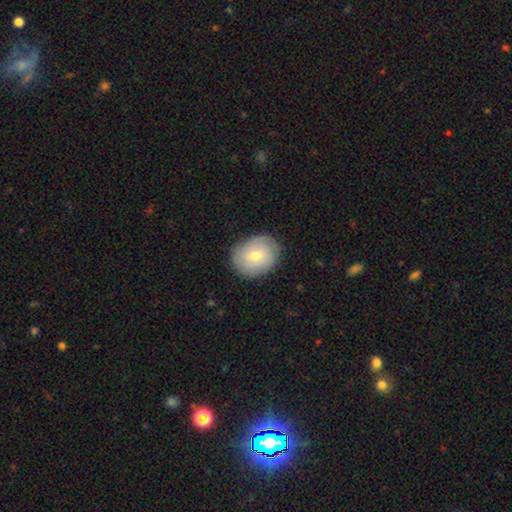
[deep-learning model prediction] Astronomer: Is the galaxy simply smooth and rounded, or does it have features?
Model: smooth — 55% (runner-up: featured or disk, 38%).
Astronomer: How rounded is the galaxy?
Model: round — 56% (runner-up: in between, 43%).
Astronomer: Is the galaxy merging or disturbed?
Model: none — 84%.